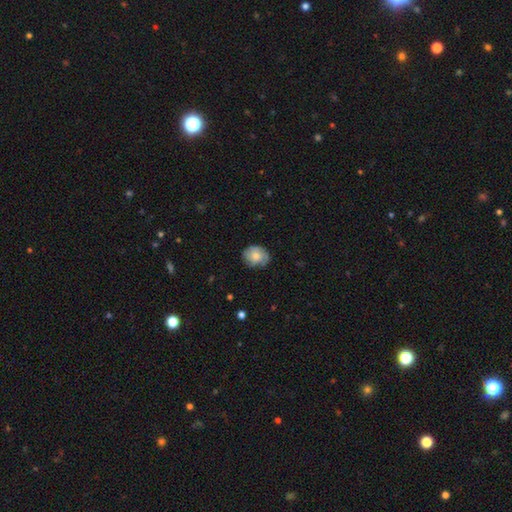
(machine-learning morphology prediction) smooth-or-featured: smooth: 55% | featured or disk: 38% | star or artifact: 7%
  how-rounded: round: 59% | in between: 40% | cigar-shaped: 1%
  merging: none: 71% | minor disturbance: 23% | major disturbance: 6% | merger: 1%